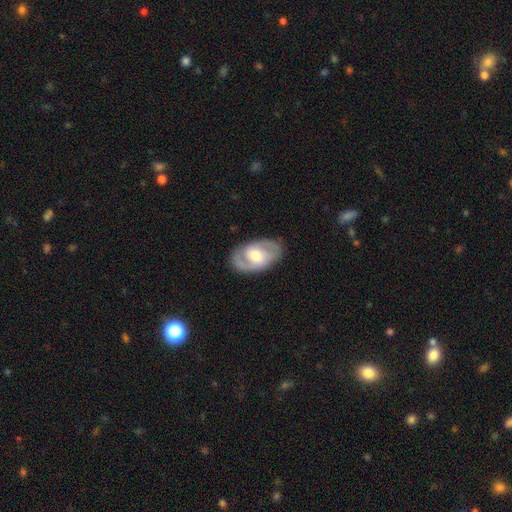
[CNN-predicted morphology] Smooth or featured? Predicted: featured or disk (p=0.71). Edge-on disk? Predicted: no (p=0.94). Bar? Predicted: no (p=0.43). Spiral arms? Predicted: yes (p=0.77). Spiral winding? Predicted: medium (p=0.46). Spiral arm count? Predicted: 2 (p=0.81). Bulge size? Predicted: moderate (p=0.66). Merging? Predicted: none (p=0.83).